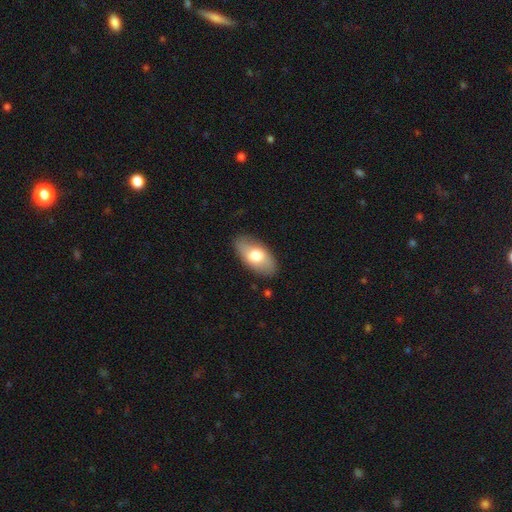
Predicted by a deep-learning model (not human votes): smooth 71%, featured or disk 23%, star or artifact 6%. Down the decision tree: how rounded — in between (93%); merging — none (85%).